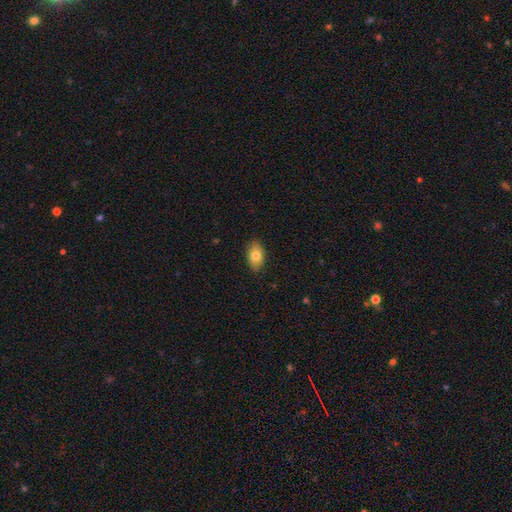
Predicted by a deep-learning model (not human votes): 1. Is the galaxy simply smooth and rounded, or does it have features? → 80% smooth, 13% featured or disk, 7% star or artifact.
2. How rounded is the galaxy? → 91% in between, 7% round, 2% cigar-shaped.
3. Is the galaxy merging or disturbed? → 86% none, 11% minor disturbance, 2% major disturbance, 1% merger.